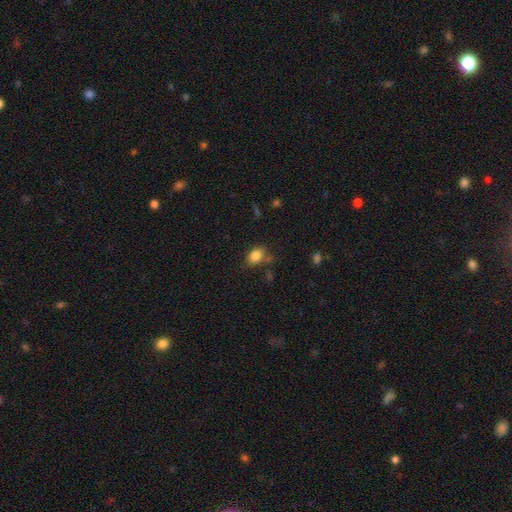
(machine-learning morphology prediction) type=smooth (83%); roundness=in between (76%); merging=none (67%).